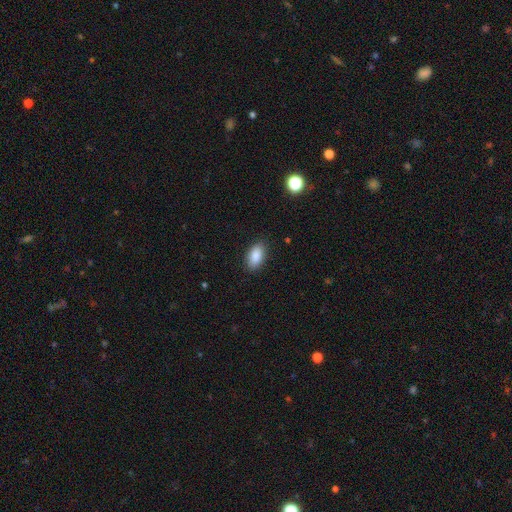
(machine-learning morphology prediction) smooth 88%, star or artifact 7%, featured or disk 5%. Down the decision tree: how rounded — in between (93%); merging — none (87%).